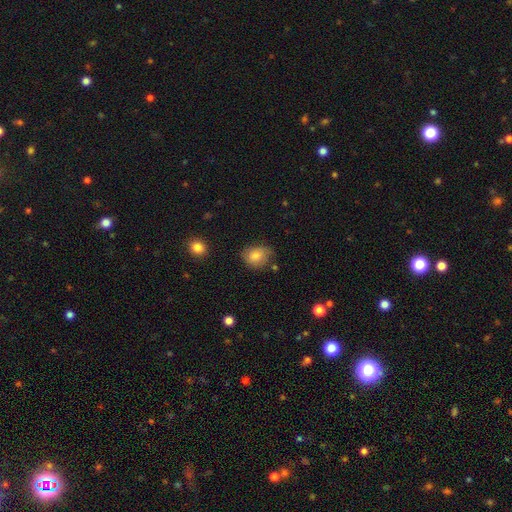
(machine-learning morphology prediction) smooth-or-featured: smooth: 79% | featured or disk: 12% | star or artifact: 9%
  how-rounded: round: 50% | in between: 49% | cigar-shaped: 1%
  merging: none: 62% | minor disturbance: 29% | major disturbance: 7% | merger: 3%